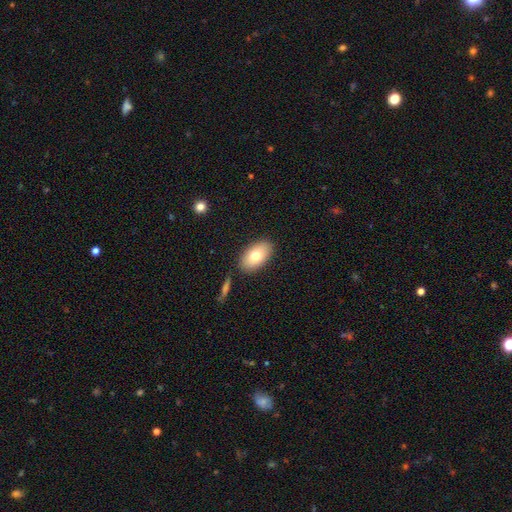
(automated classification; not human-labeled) A smooth galaxy with no disk features (75%) that is in between round and cigar-shaped (92%).

Vote fractions:
- Smooth or featured? smooth: 75% / featured or disk: 18% / star or artifact: 7%
- How rounded? in between: 92% / round: 6% / cigar-shaped: 2%
- Merging? none: 86% / minor disturbance: 9% / merger: 3% / major disturbance: 2%